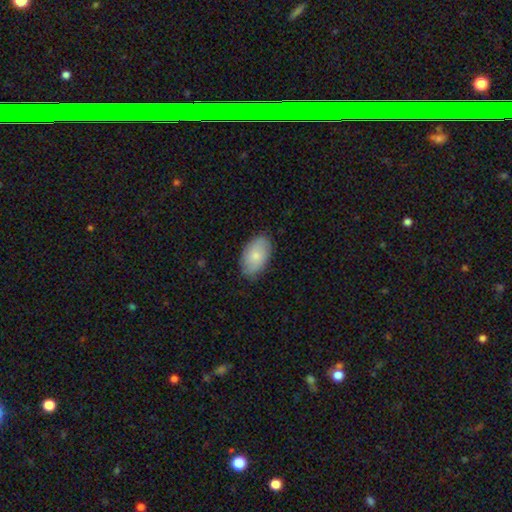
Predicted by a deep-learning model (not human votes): Smooth or featured? smooth (72%)
How rounded? in between (93%)
Merging? none (81%)